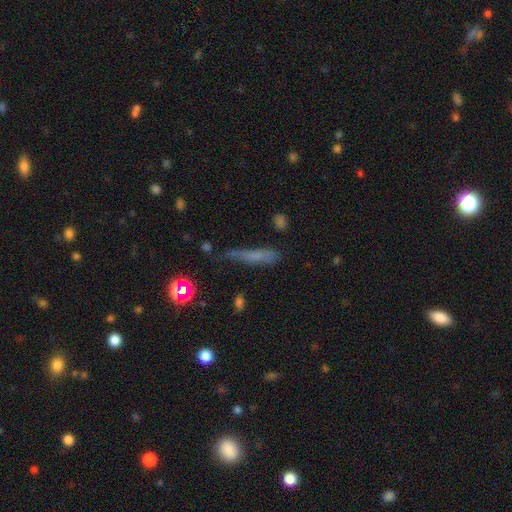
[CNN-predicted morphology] A smooth galaxy with no disk features (58%) that is cigar-shaped (82%). Merging: none (52%).